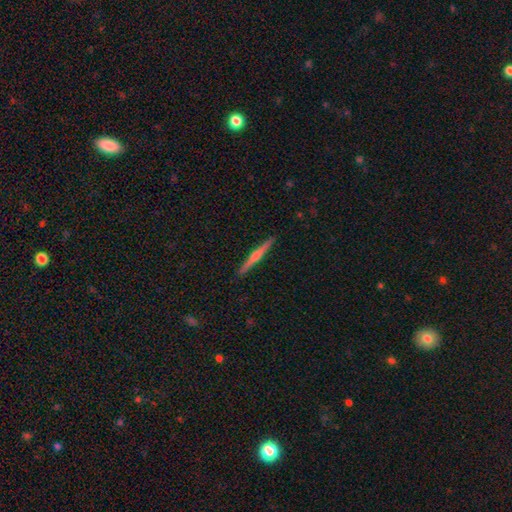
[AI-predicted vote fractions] A featured or disk galaxy (71%) viewed edge-on (98%) with a rounded central bulge (82%).

Vote fractions:
- Smooth or featured? featured or disk: 71% / smooth: 23% / star or artifact: 6%
- Edge-on disk? yes: 98% / no: 2%
- Edge-on bulge? rounded: 82% / none: 12% / boxy: 6%
- Merging? none: 93% / minor disturbance: 5% / major disturbance: 1% / merger: 1%